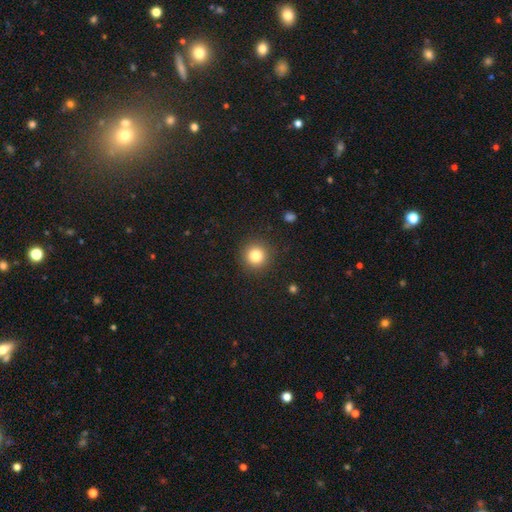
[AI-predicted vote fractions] smooth_or_featured: smooth (p=0.82) [alt: star or artifact p=0.11]
how_rounded: round (p=0.95) [alt: in between p=0.04]
merging: none (p=0.91) [alt: minor disturbance p=0.06]